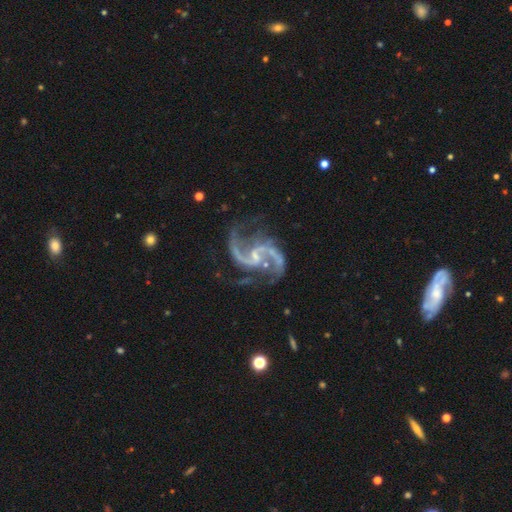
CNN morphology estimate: A featured or disk galaxy (93%) with a weak bar (51%), 2 (92%) loose (51%) spiral arms (98%) and a small central bulge (61%). Merging: none (64%).